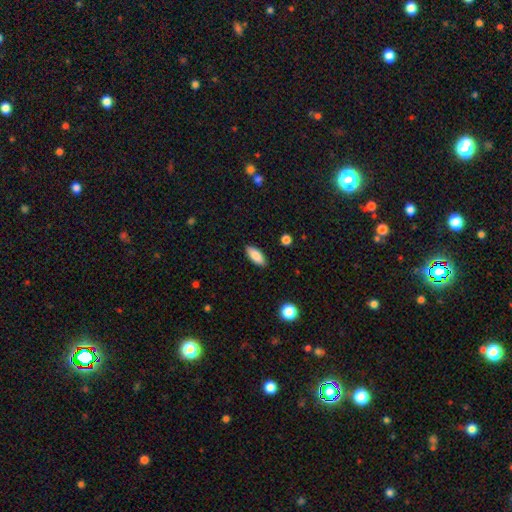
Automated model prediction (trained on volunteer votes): Q: Smooth or featured?
A: smooth (86%); runner-up: featured or disk (7%)
Q: How rounded?
A: in between (84%); runner-up: cigar-shaped (14%)
Q: Merging?
A: none (88%); runner-up: minor disturbance (9%)